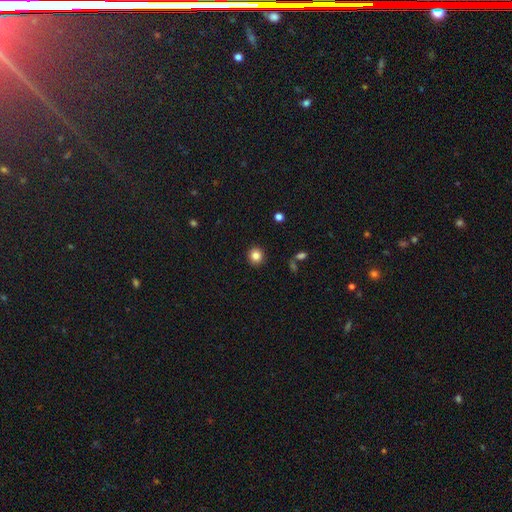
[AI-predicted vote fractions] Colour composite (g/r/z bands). It shows a smooth galaxy with no disk features (84%) that is round (92%). Merging: none (92%).